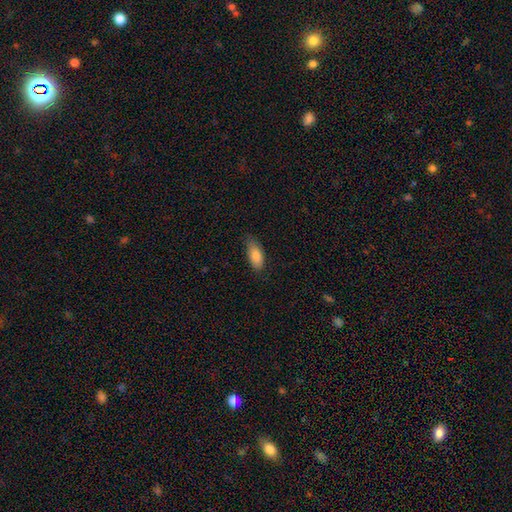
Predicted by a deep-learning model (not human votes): This is clearly a smooth galaxy (84%). How rounded: clearly in between (86%). Merging: likely none (72%).